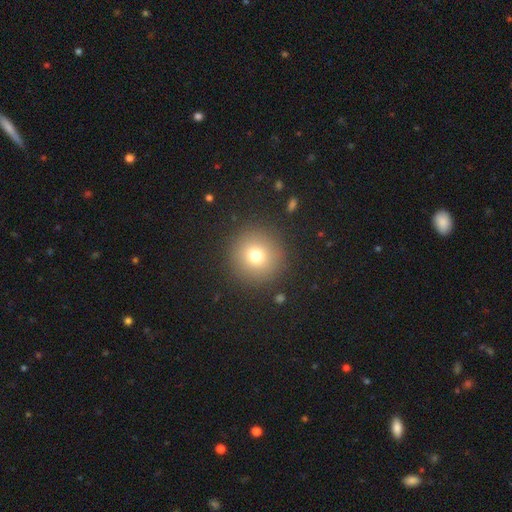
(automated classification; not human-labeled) The model was most divided on "smooth or featured": smooth: 75%, star or artifact: 15%, featured or disk: 11%. More confident: how rounded — round (96%); merging — none (90%).